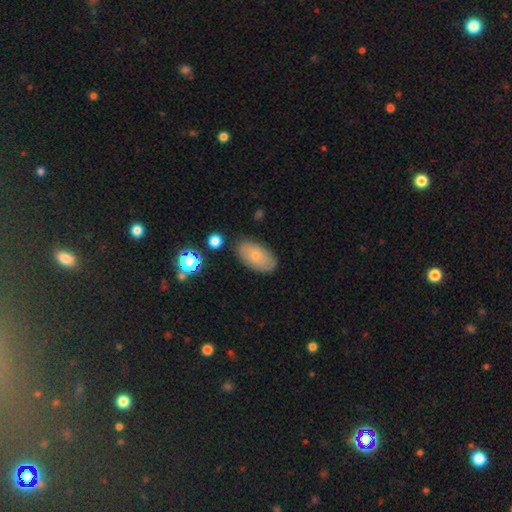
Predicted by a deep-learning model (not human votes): This is likely a smooth galaxy (70%). How rounded: clearly in between (93%). Merging: clearly none (81%).